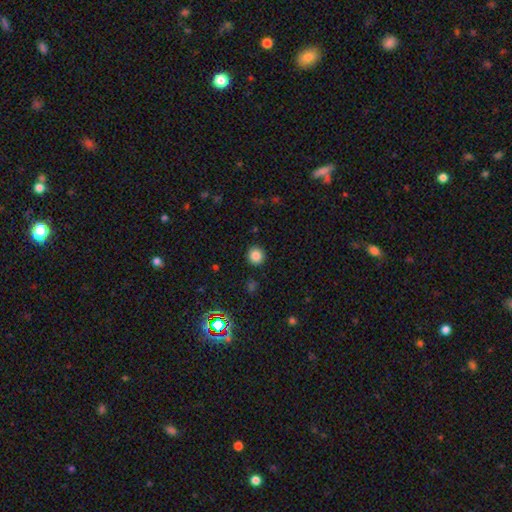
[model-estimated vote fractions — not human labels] Overall: smooth (82%). How rounded: round (93%). Merging: none (91%).